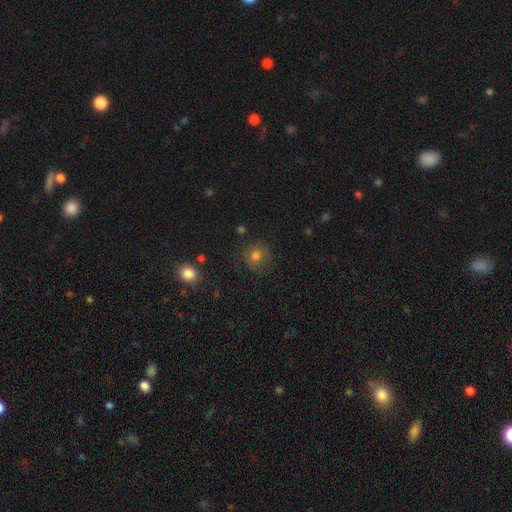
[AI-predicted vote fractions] Q: Smooth or featured?
A: smooth (71%); runner-up: featured or disk (15%)
Q: How rounded?
A: round (86%); runner-up: in between (13%)
Q: Merging?
A: none (78%); runner-up: minor disturbance (14%)